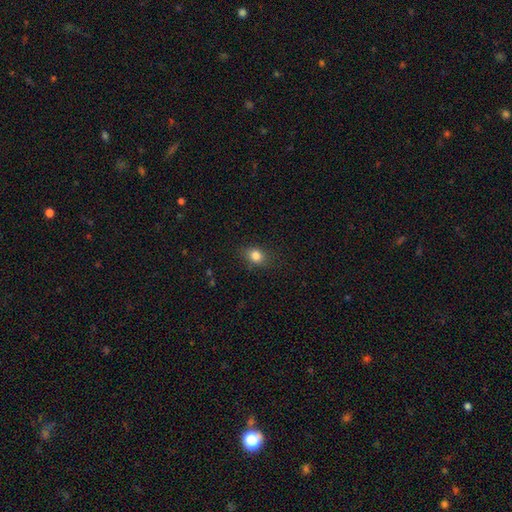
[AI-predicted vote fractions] This is clearly a smooth galaxy (83%). How rounded: possibly in between (54%). Merging: clearly none (81%).